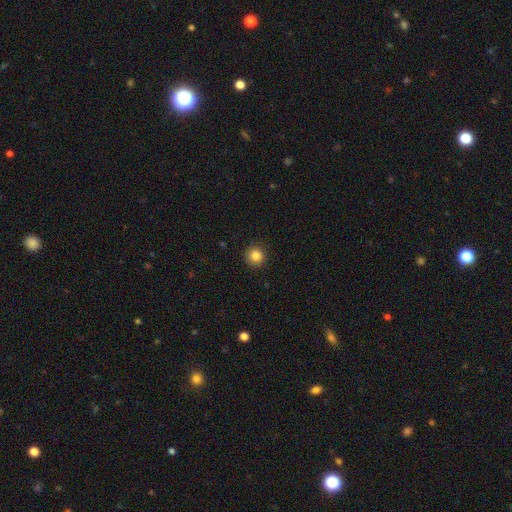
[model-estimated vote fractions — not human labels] This appears to be a smooth galaxy with no disk features (85%) that is round (94%). Merging: none (92%).